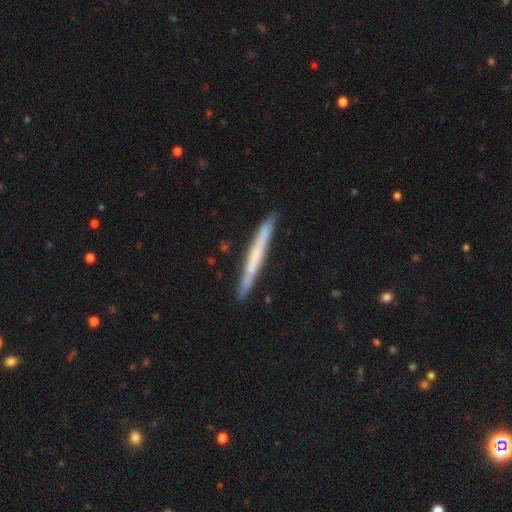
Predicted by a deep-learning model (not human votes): Q: Smooth or featured?
A: smooth (48%); runner-up: featured or disk (46%)
Q: Merging?
A: none (89%); runner-up: minor disturbance (9%)